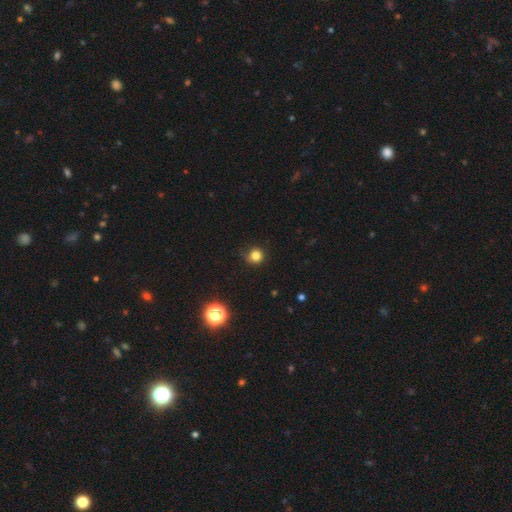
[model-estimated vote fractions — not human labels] smooth_or_featured: smooth (p=0.80) [alt: star or artifact p=0.15]
how_rounded: round (p=0.92) [alt: in between p=0.07]
merging: none (p=0.78) [alt: minor disturbance p=0.16]